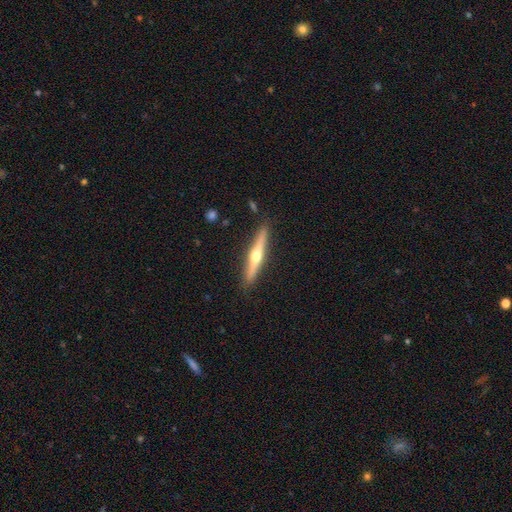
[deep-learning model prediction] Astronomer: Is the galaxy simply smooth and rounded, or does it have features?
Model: featured or disk — 65%.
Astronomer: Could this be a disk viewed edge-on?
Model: yes — 97%.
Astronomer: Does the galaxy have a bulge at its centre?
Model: rounded — 92%.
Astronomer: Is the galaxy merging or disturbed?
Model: none — 89%.